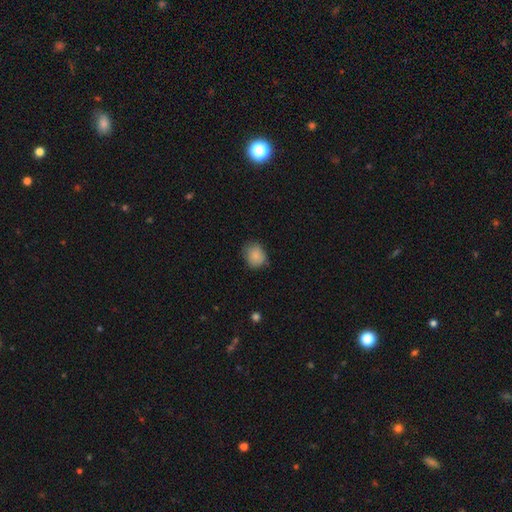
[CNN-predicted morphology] Smooth or featured? Predicted: smooth (p=0.86). How rounded? Predicted: round (p=0.61). Merging? Predicted: none (p=0.72).